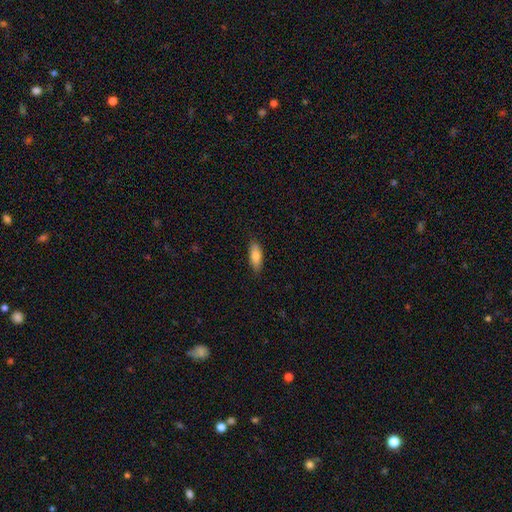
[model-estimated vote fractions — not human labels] A smooth galaxy with no disk features (79%) that is in between round and cigar-shaped (69%). Merging: none (85%).